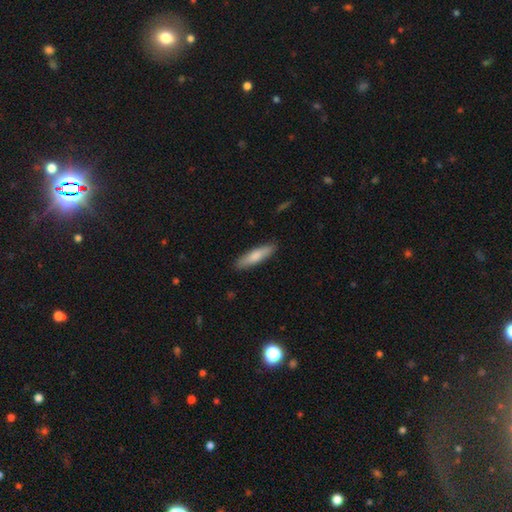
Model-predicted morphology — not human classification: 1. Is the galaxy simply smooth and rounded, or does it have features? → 79% smooth, 16% featured or disk, 5% star or artifact.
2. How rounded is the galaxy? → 75% cigar-shaped, 24% in between, 1% round.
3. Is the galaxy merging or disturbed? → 88% none, 9% minor disturbance, 2% major disturbance, 1% merger.